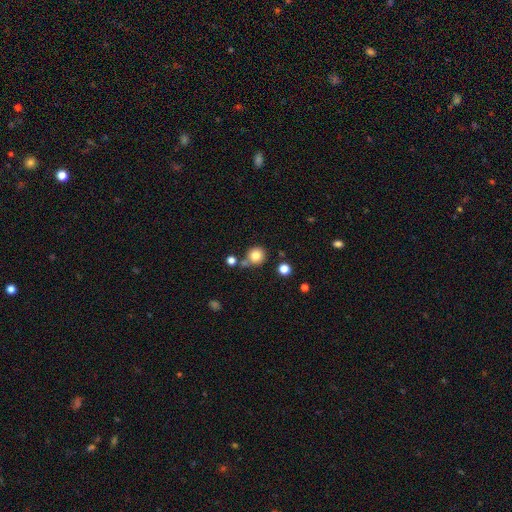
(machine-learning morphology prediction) smooth 81%, star or artifact 11%, featured or disk 8%. Down the decision tree: how rounded — round (89%); merging — none (69%).